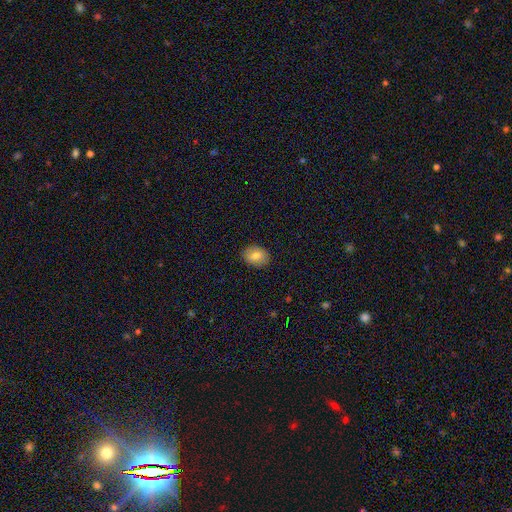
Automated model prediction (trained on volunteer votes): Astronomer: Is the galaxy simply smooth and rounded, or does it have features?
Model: smooth — 76%.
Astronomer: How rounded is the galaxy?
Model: in between — 70%.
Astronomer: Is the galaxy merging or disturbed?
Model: none — 88%.